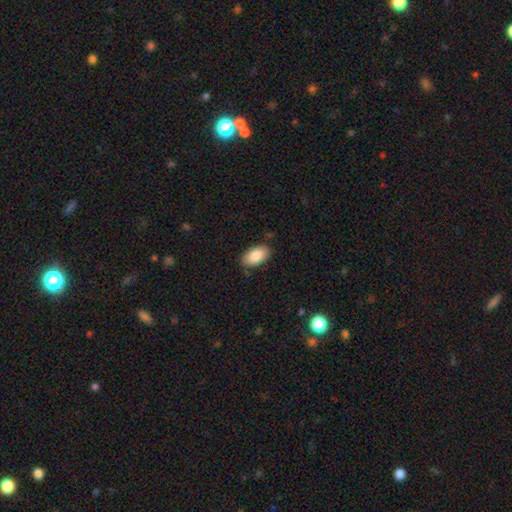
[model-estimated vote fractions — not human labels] This appears to be a smooth galaxy with no disk features (86%) that is in between round and cigar-shaped (94%). Merging: none (82%).